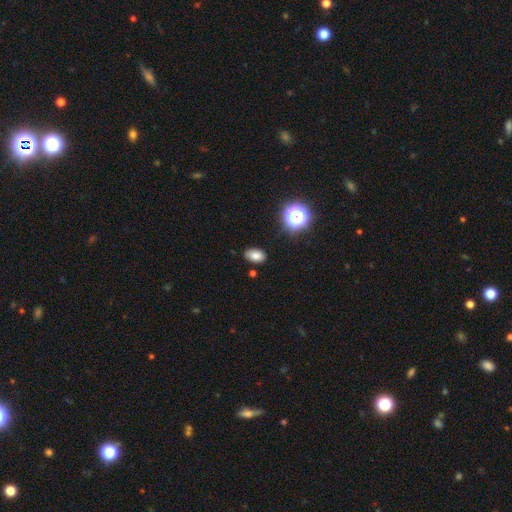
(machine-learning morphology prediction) smooth 80%, star or artifact 14%, featured or disk 6%. Down the decision tree: how rounded — in between (88%); merging — none (85%).